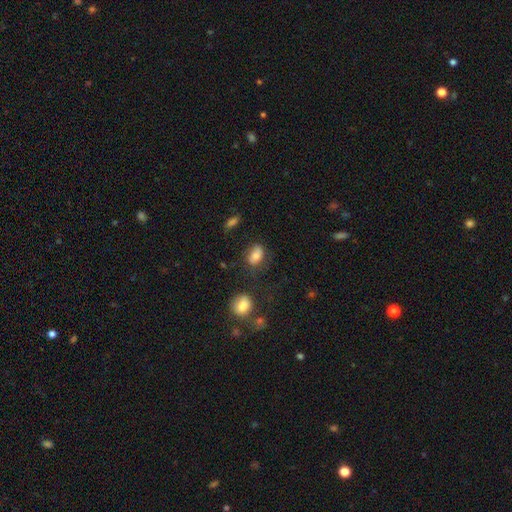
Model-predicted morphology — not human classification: smooth_or_featured: smooth (p=0.75) [alt: featured or disk p=0.15]
how_rounded: in between (p=0.80) [alt: round p=0.18]
merging: none (p=0.59) [alt: minor disturbance p=0.24]